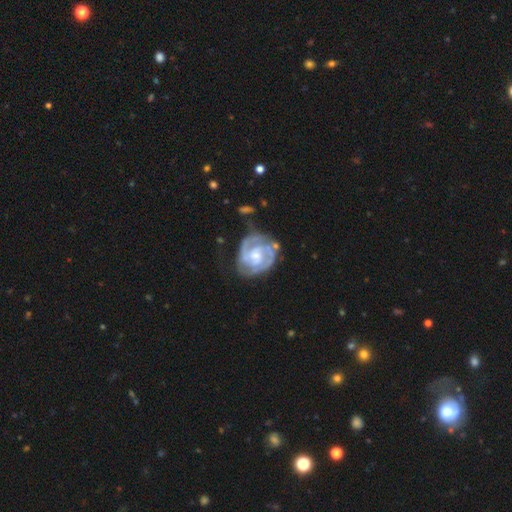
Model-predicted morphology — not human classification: featured or disk 88%, smooth 8%, star or artifact 4%. Down the decision tree: edge-on disk — no (98%); bar — no (56%); spiral arms — yes (97%); spiral arm count — 2 (65%); spiral winding — tight (59%); bulge size — small (46%); merging — none (64%).